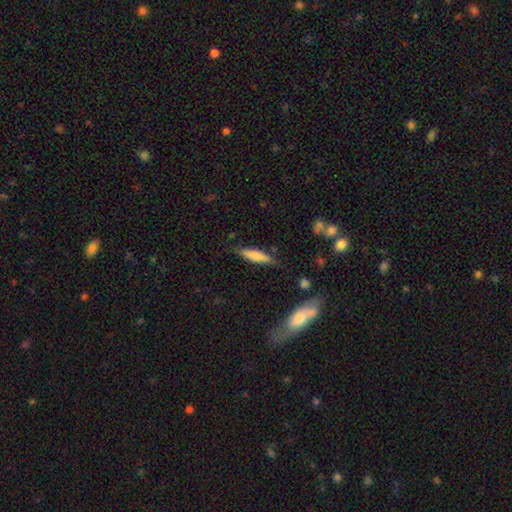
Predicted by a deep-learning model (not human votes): The model was most divided on "smooth or featured": smooth: 69%, featured or disk: 24%, star or artifact: 6%. More confident: merging — none (77%); how rounded — cigar-shaped (74%).